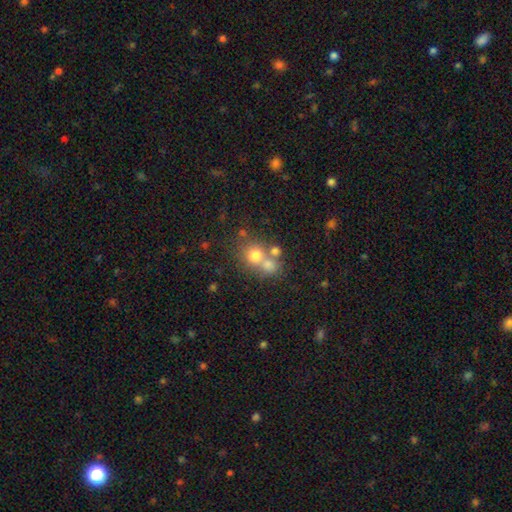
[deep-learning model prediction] Morphology: type=smooth (69%); roundness=round (82%); merging=none (46%).